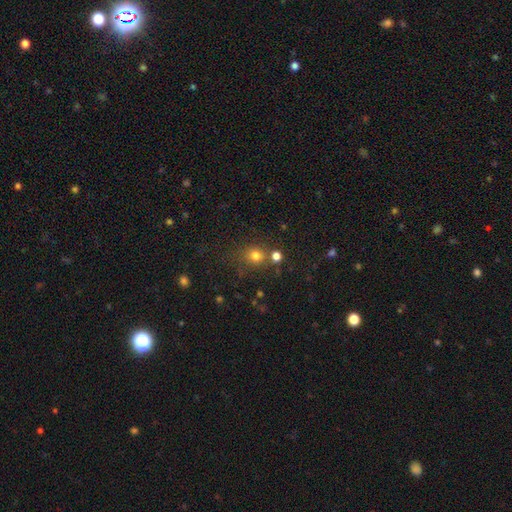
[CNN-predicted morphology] Overall: smooth (74%). How rounded: round (83%). Merging: none (66%).